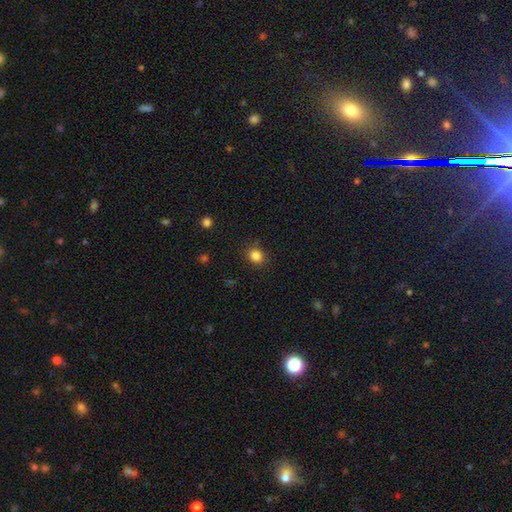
Smooth or featured: smooth — 90% (featured or disk — 5%)
How rounded: round — 91% (in between — 9%)
Merging: none — 95% (minor disturbance — 3%)